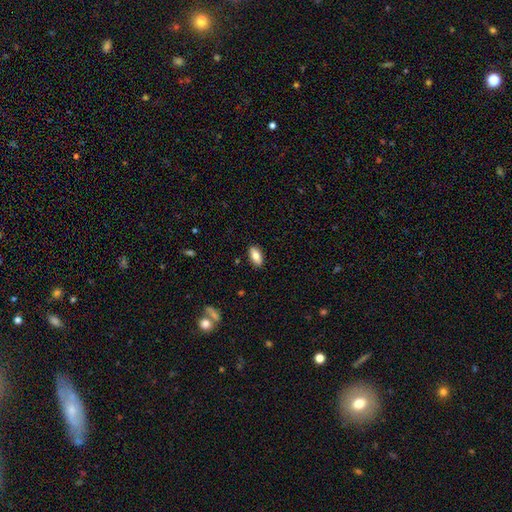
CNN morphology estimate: Overall: smooth (80%). How rounded: in between (88%). Merging: none (88%).